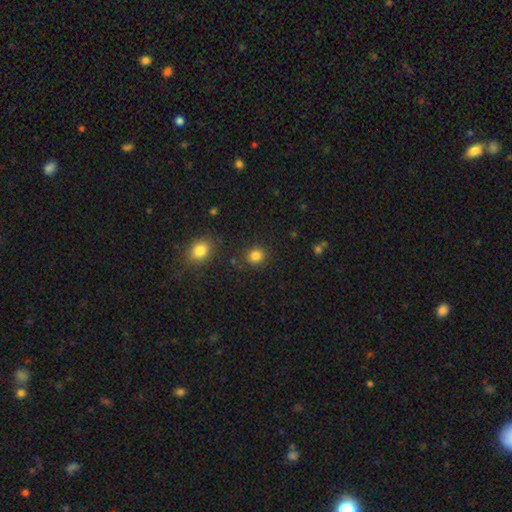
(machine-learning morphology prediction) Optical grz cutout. It shows a smooth galaxy with no disk features (84%) that is round (80%). Merging: none (86%).